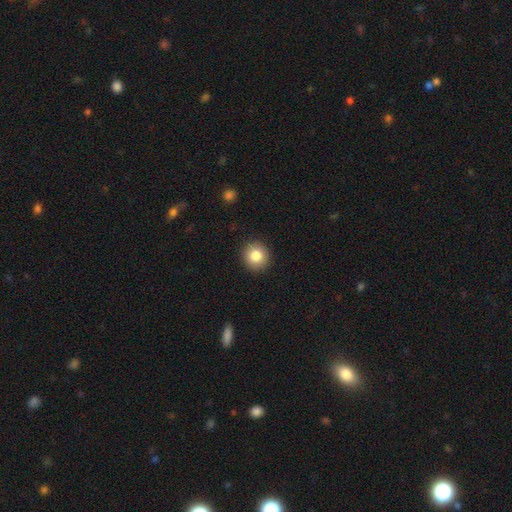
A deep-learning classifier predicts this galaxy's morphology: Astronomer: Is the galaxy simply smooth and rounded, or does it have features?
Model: smooth — 84%.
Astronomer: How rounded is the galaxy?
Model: round — 91%.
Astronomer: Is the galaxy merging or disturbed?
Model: none — 91%.